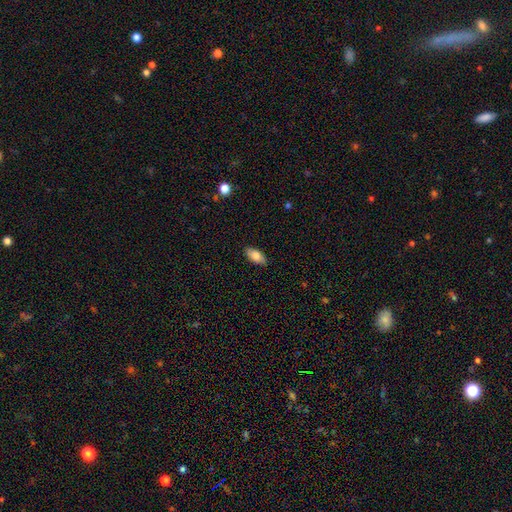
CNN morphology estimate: Smooth or featured? smooth (80%)
How rounded? in between (89%)
Merging? none (88%)